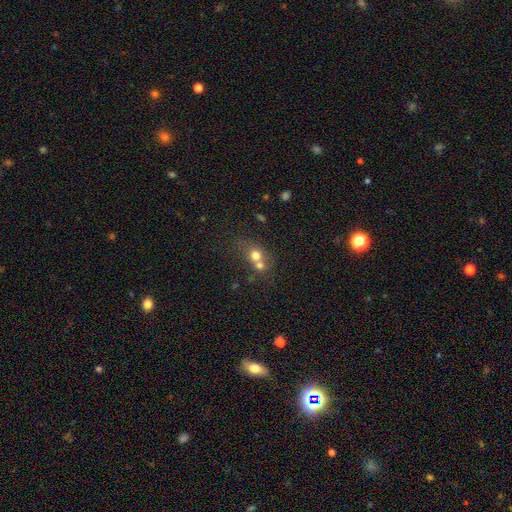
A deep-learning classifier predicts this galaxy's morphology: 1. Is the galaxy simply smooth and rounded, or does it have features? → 70% smooth, 17% featured or disk, 13% star or artifact.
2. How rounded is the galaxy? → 73% round, 26% in between, 1% cigar-shaped.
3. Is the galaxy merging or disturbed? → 61% merger, 29% none, 6% minor disturbance, 4% major disturbance.